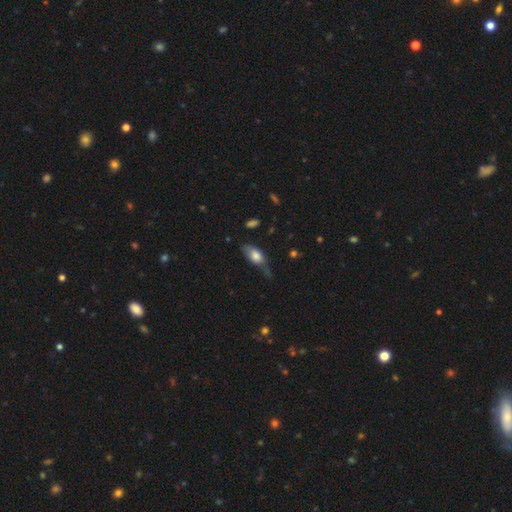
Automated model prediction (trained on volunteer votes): smooth_or_featured: smooth (p=0.75) [alt: featured or disk p=0.17]
how_rounded: in between (p=0.87) [alt: cigar-shaped p=0.08]
merging: none (p=0.40) [alt: minor disturbance p=0.37]